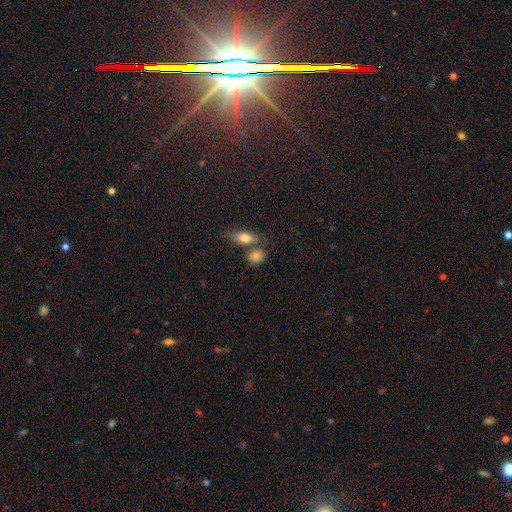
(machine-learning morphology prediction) This is likely a smooth galaxy (76%). How rounded: likely in between (71%). Merging: possibly none (55%).